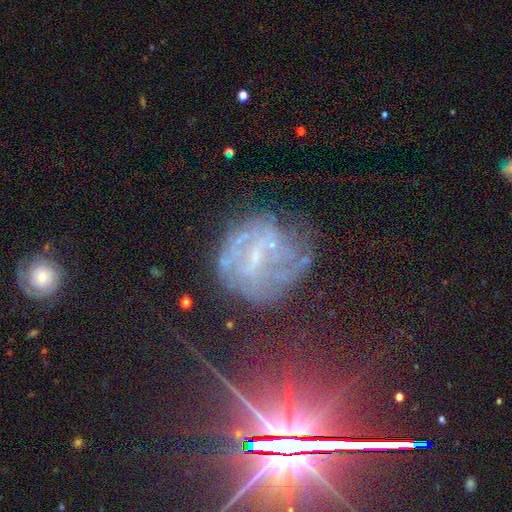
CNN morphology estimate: Smooth or featured?
  - featured or disk: 60% *
  - star or artifact: 23%
  - smooth: 17%
Edge-on disk?
  - no: 96% *
  - yes: 4%
Bar?
  - weak: 39% *
  - no: 32%
  - strong: 29%
Spiral arms?
  - yes: 52% *
  - no: 48%
Bulge size?
  - small: 51% *
  - none: 34%
  - moderate: 12%
  - large: 1%
  - dominant: 1%
Merging?
  - none: 57% *
  - minor disturbance: 21%
  - major disturbance: 18%
  - merger: 4%